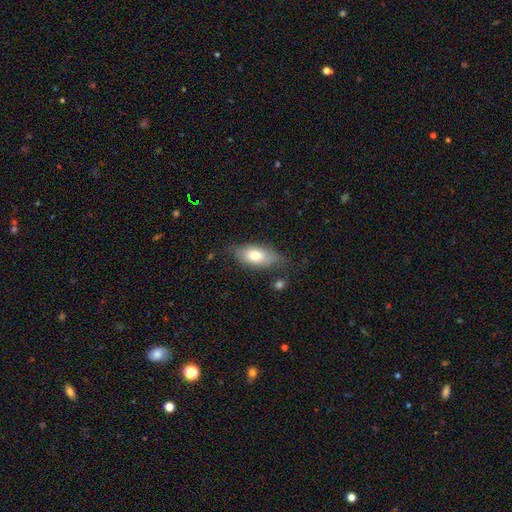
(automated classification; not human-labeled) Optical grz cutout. It shows a smooth galaxy with no disk features (72%) that is in between round and cigar-shaped (86%). Merging: none (63%).